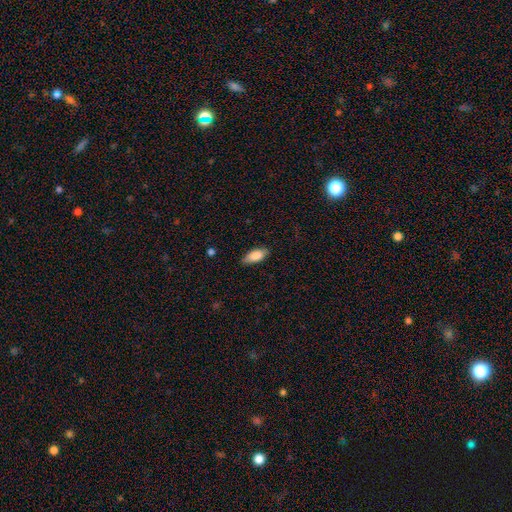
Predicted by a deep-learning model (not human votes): Smooth or featured? Predicted: smooth (p=0.86). How rounded? Predicted: in between (p=0.85). Merging? Predicted: none (p=0.81).